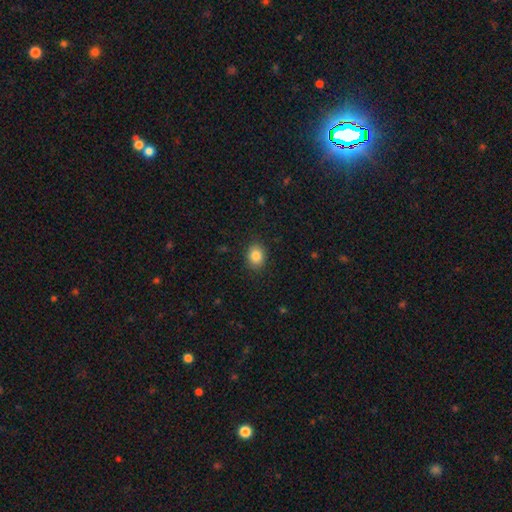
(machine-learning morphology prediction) Smooth or featured? Predicted: smooth (p=0.85). How rounded? Predicted: in between (p=0.53). Merging? Predicted: none (p=0.88).